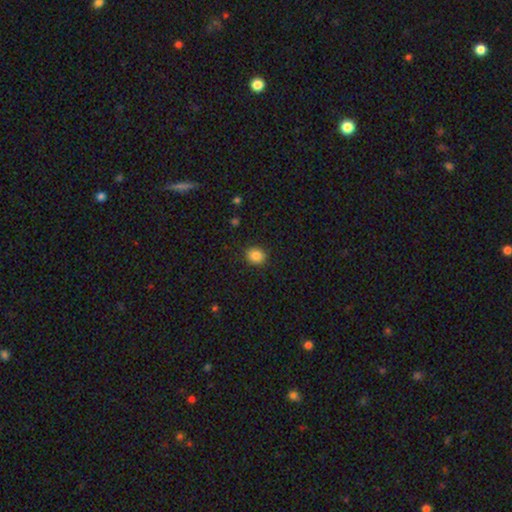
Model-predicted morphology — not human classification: Smooth or featured?
  - smooth: 86% *
  - star or artifact: 10%
  - featured or disk: 4%
How rounded?
  - round: 73% *
  - in between: 26%
  - cigar-shaped: 1%
Merging?
  - none: 89% *
  - minor disturbance: 7%
  - major disturbance: 2%
  - merger: 1%